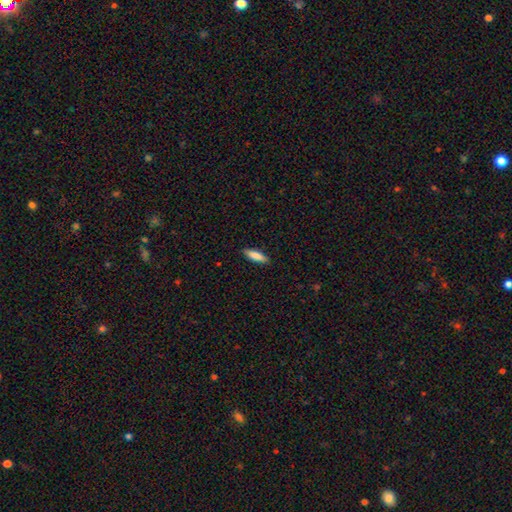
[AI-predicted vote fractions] smooth-or-featured: smooth: 83% | featured or disk: 11% | star or artifact: 6%
  how-rounded: cigar-shaped: 55% | in between: 43% | round: 2%
  merging: none: 88% | minor disturbance: 9% | major disturbance: 2% | merger: 1%